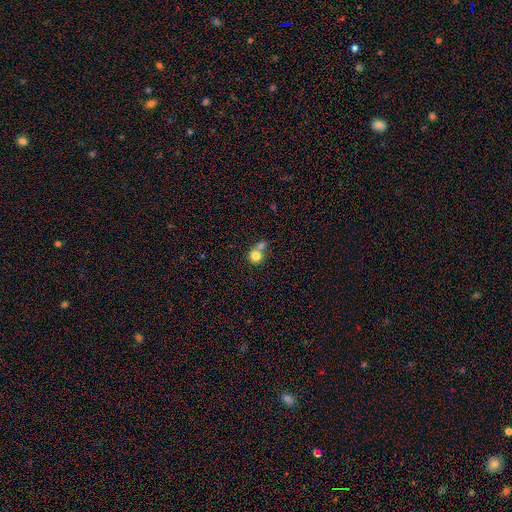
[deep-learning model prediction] This appears to be a smooth galaxy with no disk features (79%) that is round (87%). Merging: merger (50%).